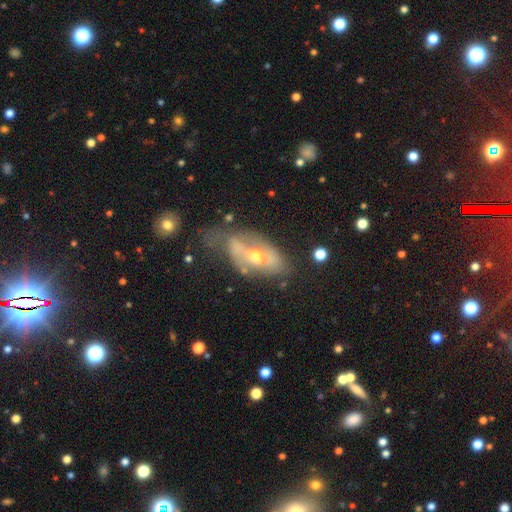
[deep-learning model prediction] Morphology: type=featured or disk (66%); edge-on=no (86%); bar=no (56%); spiral arms=yes (53%); bulge=moderate (63%); merging=none (38%).